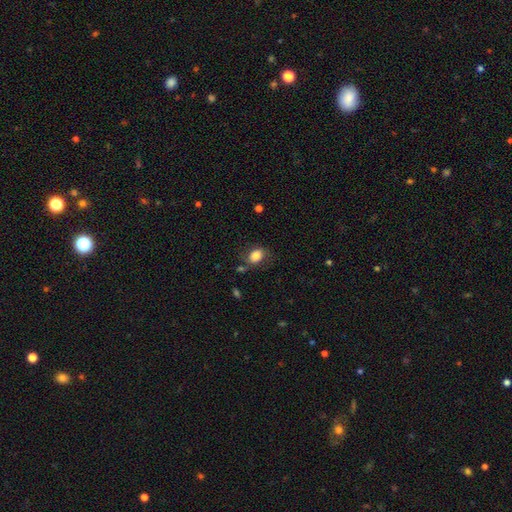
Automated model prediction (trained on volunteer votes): This is clearly a smooth galaxy (82%). How rounded: likely in between (72%). Merging: likely none (66%).